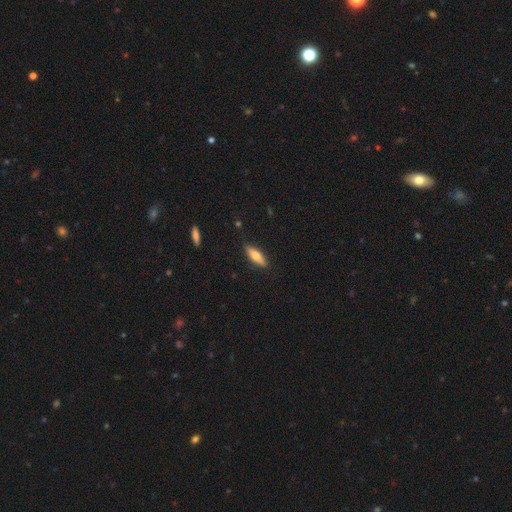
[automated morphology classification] This appears to be a smooth galaxy with no disk features (59%) that is cigar-shaped (55%). Merging: none (88%).